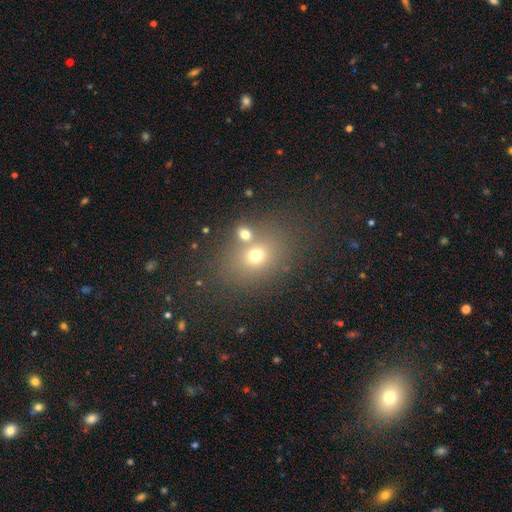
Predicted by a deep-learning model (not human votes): Smooth or featured? Predicted: smooth (p=0.66). How rounded? Predicted: in between (p=0.55). Merging? Predicted: none (p=0.65).